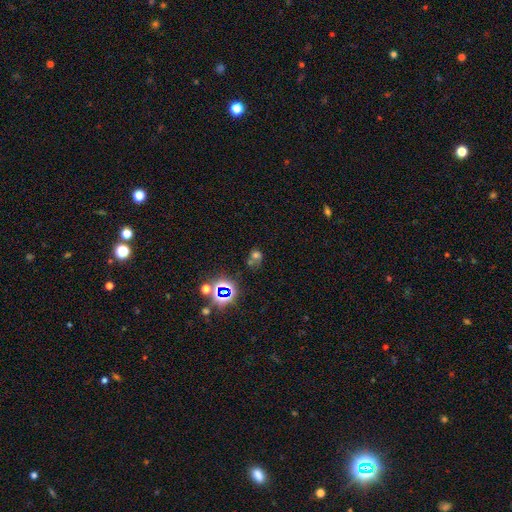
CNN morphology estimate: Smooth or featured? Predicted: smooth (p=0.47). Merging? Predicted: none (p=0.41).